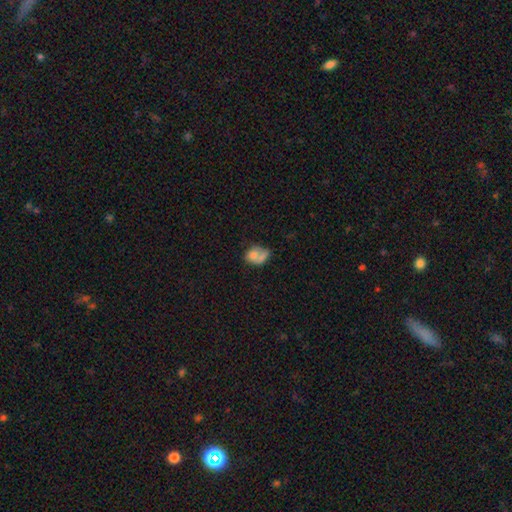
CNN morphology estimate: Smooth or featured? smooth (64%)
How rounded? in between (55%)
Merging? merger (31%)